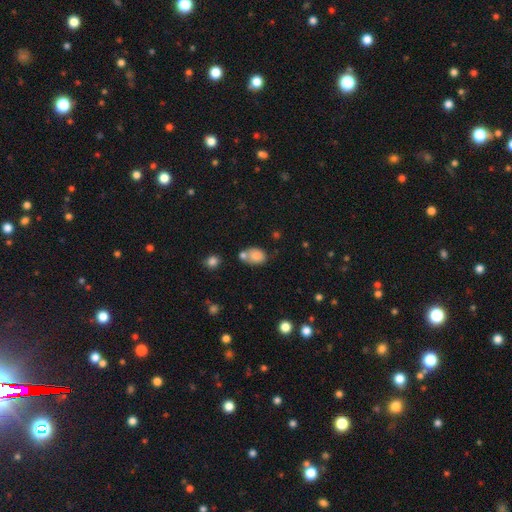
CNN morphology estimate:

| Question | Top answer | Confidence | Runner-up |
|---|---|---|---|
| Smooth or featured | smooth | 81% | star or artifact (9%) |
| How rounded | in between | 71% | round (28%) |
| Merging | none | 44% | merger (33%) |